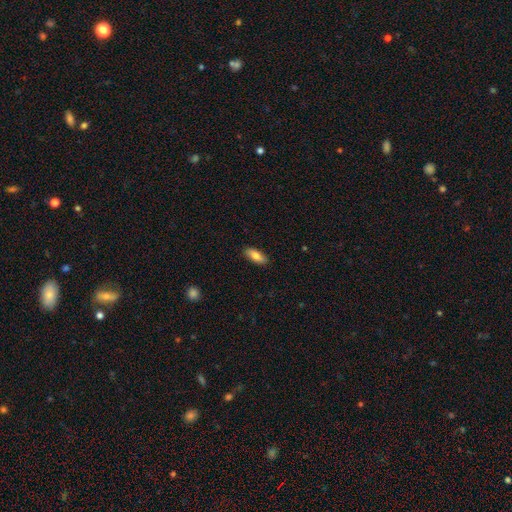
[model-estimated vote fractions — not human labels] Smooth or featured: smooth — 81% (featured or disk — 13%)
How rounded: in between — 76% (cigar-shaped — 22%)
Merging: none — 89% (minor disturbance — 9%)